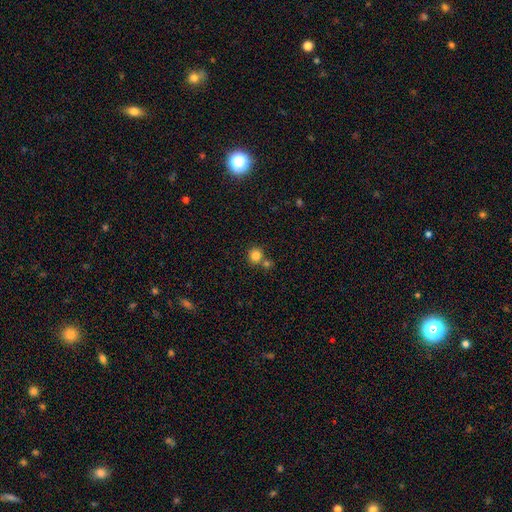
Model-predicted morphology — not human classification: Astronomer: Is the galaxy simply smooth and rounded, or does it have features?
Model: smooth — 82%.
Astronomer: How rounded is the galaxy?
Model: round — 88%.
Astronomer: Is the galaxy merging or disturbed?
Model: none — 67%.